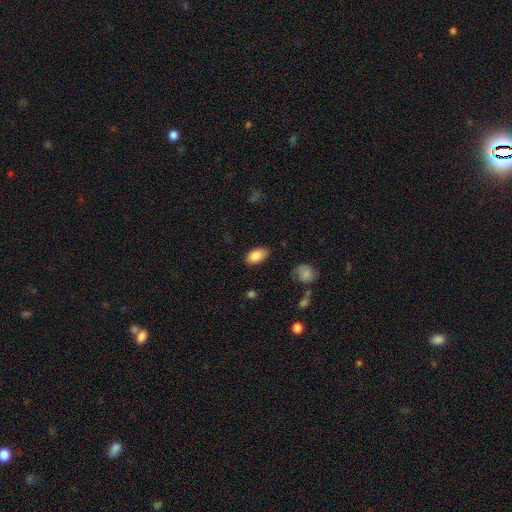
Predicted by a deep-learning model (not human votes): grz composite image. It shows a smooth galaxy with no disk features (86%) that is in between round and cigar-shaped (93%). Merging: none (83%).